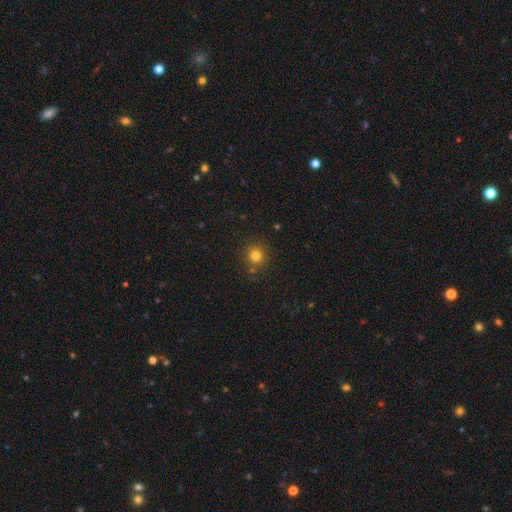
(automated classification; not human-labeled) A smooth galaxy with no disk features (78%) that is round (90%). Merging: none (84%).